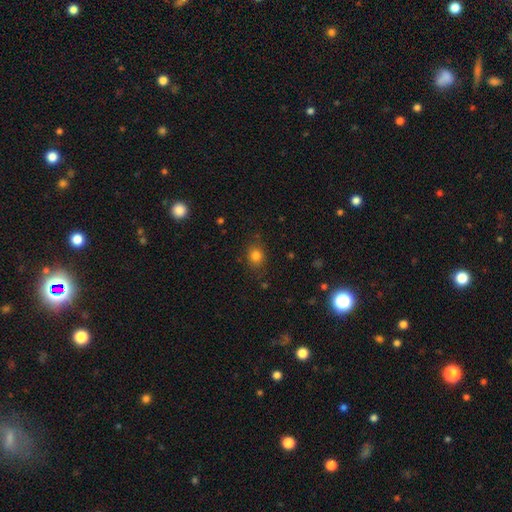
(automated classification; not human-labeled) Smooth or featured? Predicted: smooth (p=0.81). How rounded? Predicted: round (p=0.61). Merging? Predicted: none (p=0.83).